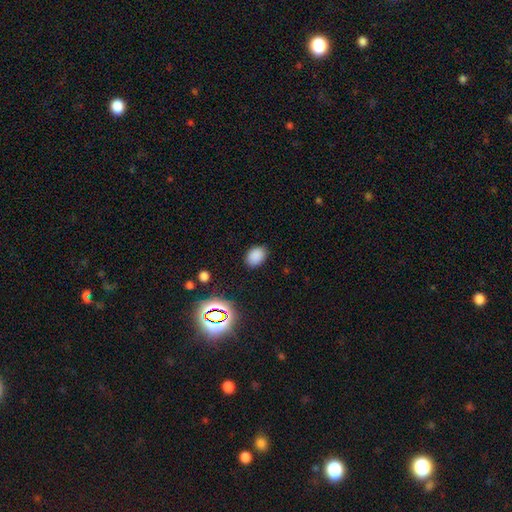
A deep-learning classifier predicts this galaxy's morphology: A smooth galaxy with no disk features (82%) that is in between round and cigar-shaped (75%).

Vote fractions:
- Smooth or featured? smooth: 82% / star or artifact: 13% / featured or disk: 4%
- How rounded? in between: 75% / round: 24% / cigar-shaped: 1%
- Merging? none: 85% / minor disturbance: 11% / major disturbance: 3% / merger: 1%